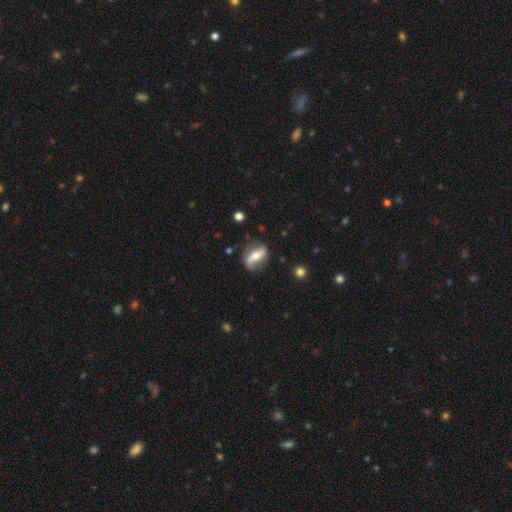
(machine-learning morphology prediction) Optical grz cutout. It shows a featured or disk galaxy (72%) with a strong bar (54%), 2 (86%) loose (69%) spiral arms (84%) and a moderate central bulge (56%). Merging: none (73%).